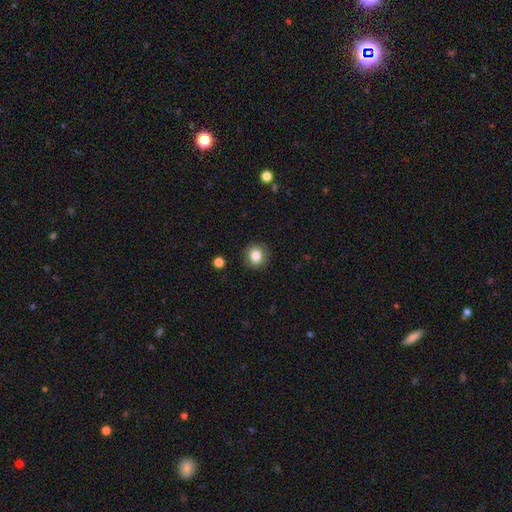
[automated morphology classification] smooth_or_featured: smooth (p=0.83) [alt: star or artifact p=0.10]
how_rounded: round (p=0.84) [alt: in between p=0.15]
merging: none (p=0.89) [alt: minor disturbance p=0.08]